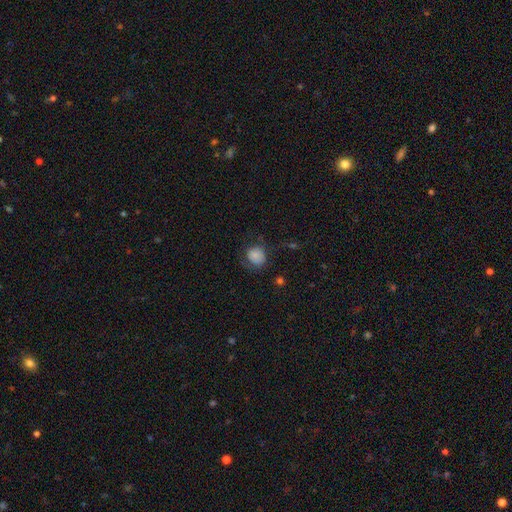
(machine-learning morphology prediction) Q: Smooth or featured?
A: smooth (77%); runner-up: featured or disk (13%)
Q: How rounded?
A: round (76%); runner-up: in between (23%)
Q: Merging?
A: none (63%); runner-up: minor disturbance (22%)